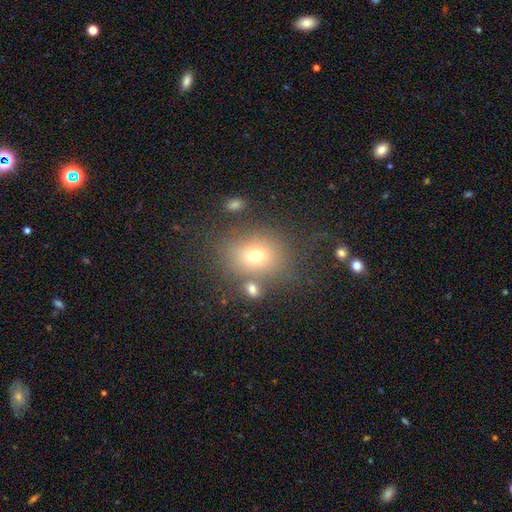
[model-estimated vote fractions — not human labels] This appears to be a smooth galaxy with no disk features (69%) that is round (59%). Merging: none (67%).